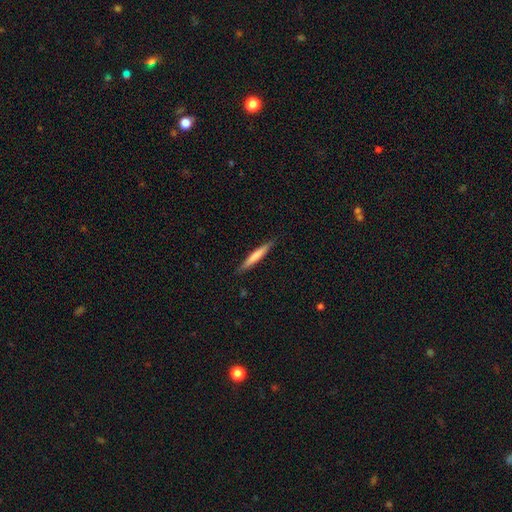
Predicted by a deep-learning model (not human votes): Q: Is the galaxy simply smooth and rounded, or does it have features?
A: smooth — 66%.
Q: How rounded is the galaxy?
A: cigar-shaped — 95%.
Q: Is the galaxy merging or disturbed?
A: none — 89%.